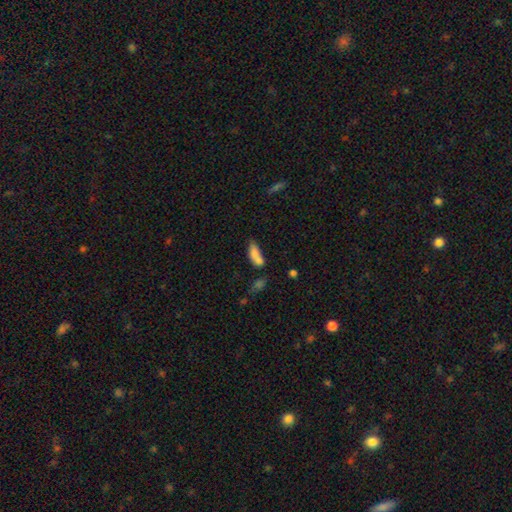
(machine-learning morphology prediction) type=smooth (76%); roundness=in between (74%); merging=merger (44%).